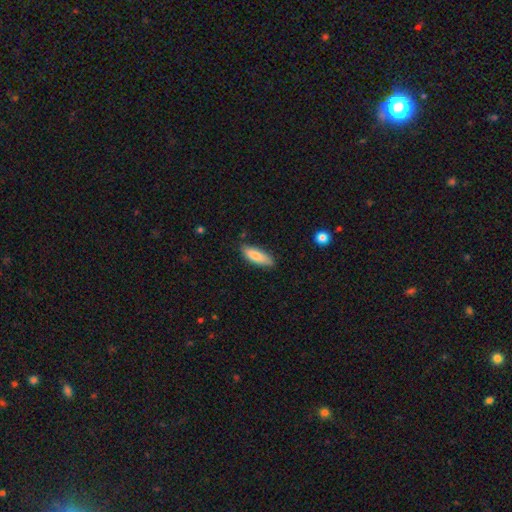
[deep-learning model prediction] Smooth or featured? Predicted: smooth (p=0.82). How rounded? Predicted: in between (p=0.59). Merging? Predicted: none (p=0.80).